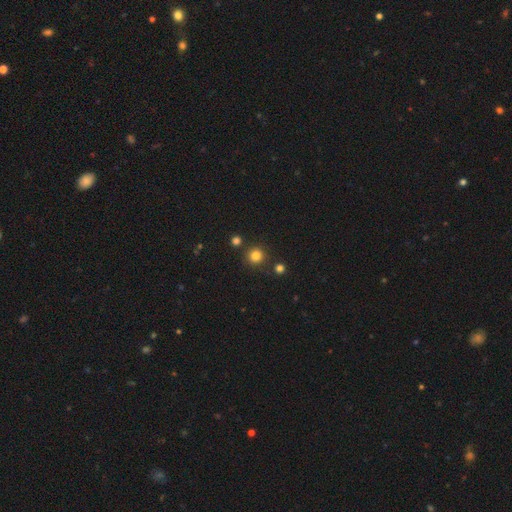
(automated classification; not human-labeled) This is clearly a smooth galaxy (81%). How rounded: clearly round (94%). Merging: clearly none (87%).